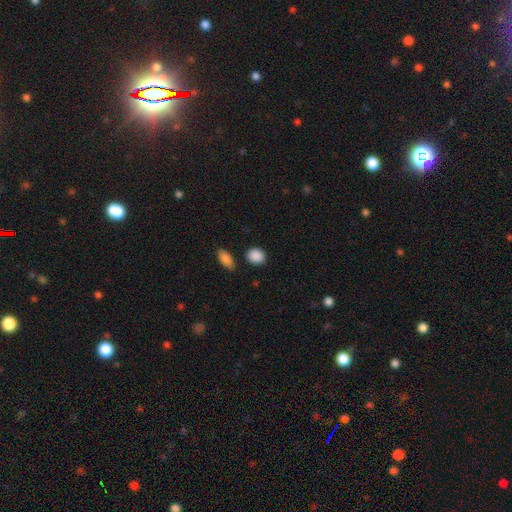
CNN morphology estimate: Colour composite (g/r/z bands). It shows a smooth galaxy with no disk features (89%) that is in between round and cigar-shaped (49%, tied with round). Merging: none (84%).